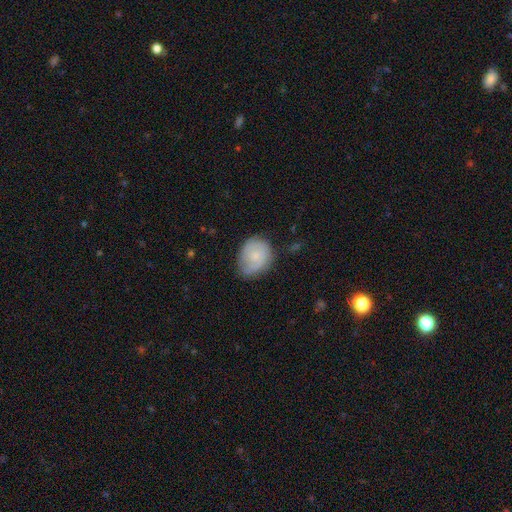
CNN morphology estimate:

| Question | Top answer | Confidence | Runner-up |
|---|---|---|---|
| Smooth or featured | smooth | 51% | featured or disk (43%) |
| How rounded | round | 56% | in between (43%) |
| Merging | none | 63% | minor disturbance (29%) |